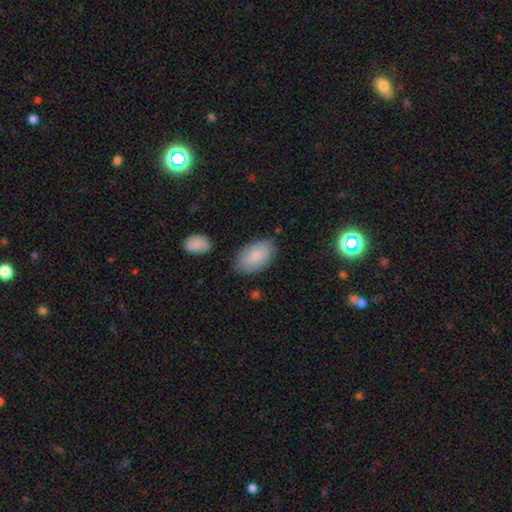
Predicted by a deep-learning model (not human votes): smooth 81%, featured or disk 13%, star or artifact 6%. Down the decision tree: how rounded — in between (93%); merging — none (76%).